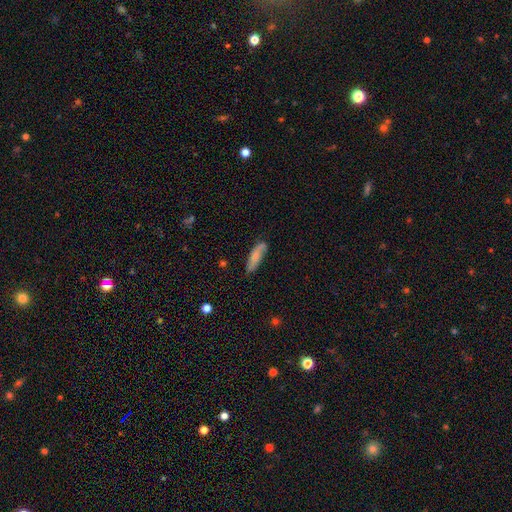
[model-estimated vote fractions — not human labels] The model was most divided on "how rounded": cigar-shaped: 56%, in between: 42%, round: 2%. More confident: smooth or featured — smooth (70%); merging — none (69%).